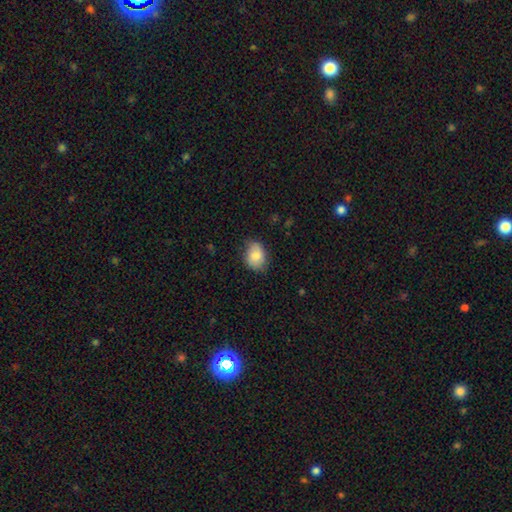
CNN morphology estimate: smooth 82%, featured or disk 11%, star or artifact 7%. Down the decision tree: how rounded — in between (67%); merging — none (68%).